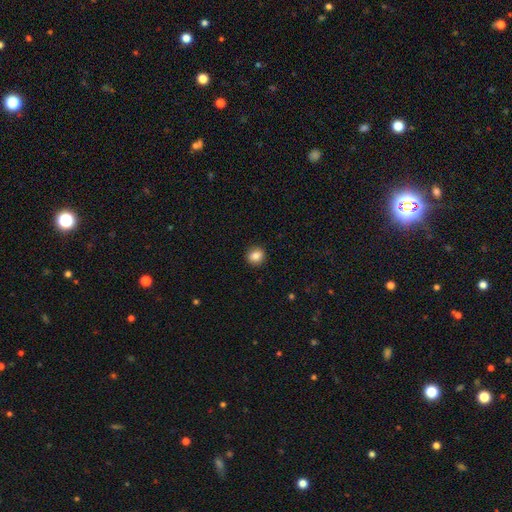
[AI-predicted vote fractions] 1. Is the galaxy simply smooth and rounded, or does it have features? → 86% smooth, 9% star or artifact, 5% featured or disk.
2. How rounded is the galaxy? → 76% round, 23% in between, 1% cigar-shaped.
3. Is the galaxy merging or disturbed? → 91% none, 7% minor disturbance, 2% major disturbance, 1% merger.